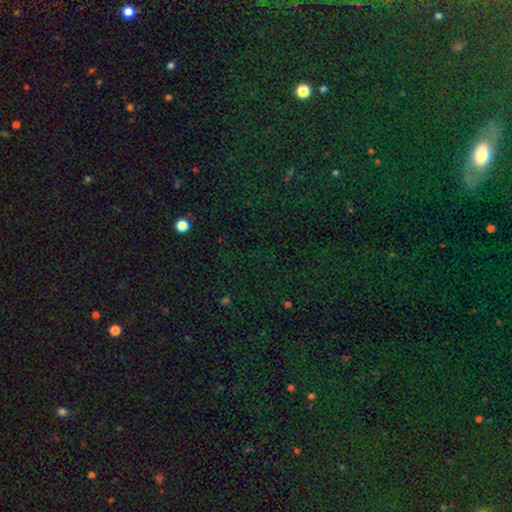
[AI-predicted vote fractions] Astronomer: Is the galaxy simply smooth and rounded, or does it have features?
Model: star or artifact — 78%.